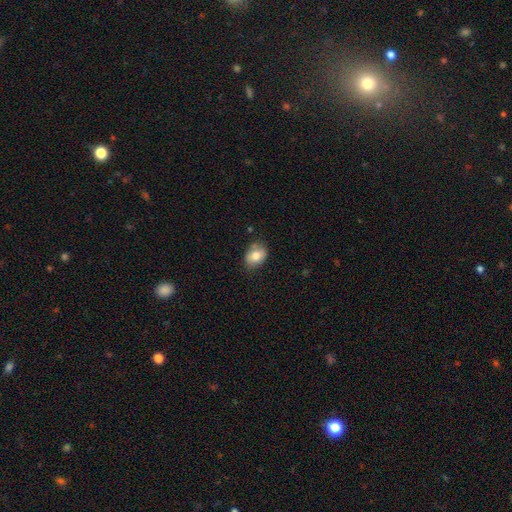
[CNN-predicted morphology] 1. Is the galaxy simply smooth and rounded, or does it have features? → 79% smooth, 13% featured or disk, 8% star or artifact.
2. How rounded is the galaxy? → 71% in between, 28% round, 1% cigar-shaped.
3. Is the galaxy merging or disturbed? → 70% none, 23% minor disturbance, 4% major disturbance, 3% merger.